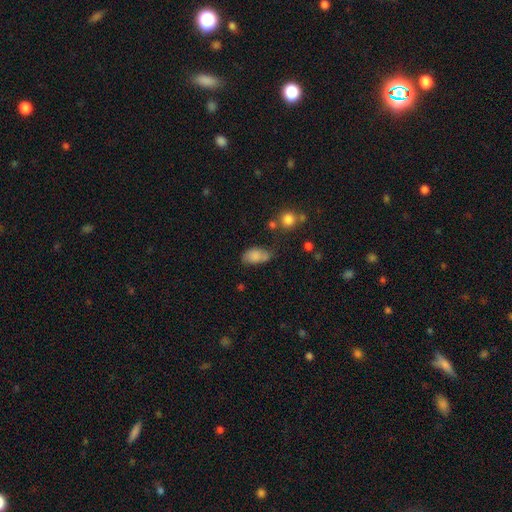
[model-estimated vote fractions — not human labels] Smooth or featured? Predicted: smooth (p=0.81). How rounded? Predicted: in between (p=0.90). Merging? Predicted: none (p=0.48).